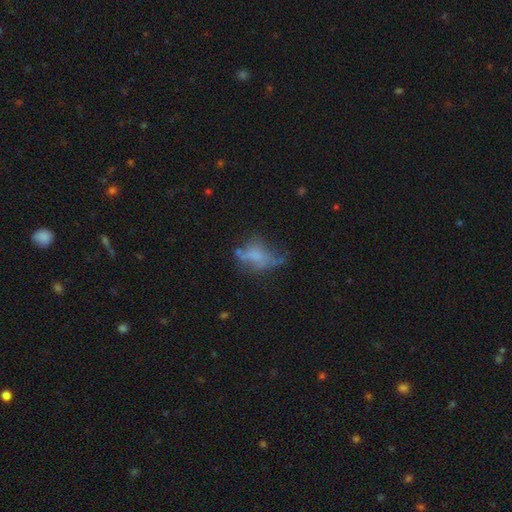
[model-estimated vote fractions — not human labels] Q: Smooth or featured?
A: featured or disk (43%); runner-up: smooth (40%)
Q: Merging?
A: none (36%); runner-up: major disturbance (32%)